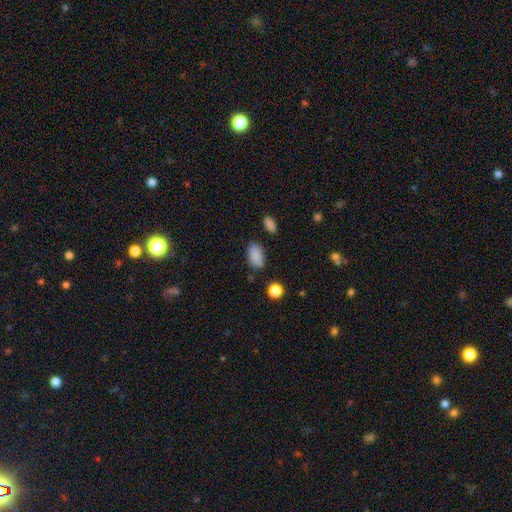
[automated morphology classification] smooth_or_featured: smooth (p=0.86) [alt: star or artifact p=0.09]
how_rounded: in between (p=0.91) [alt: round p=0.07]
merging: none (p=0.77) [alt: minor disturbance p=0.15]